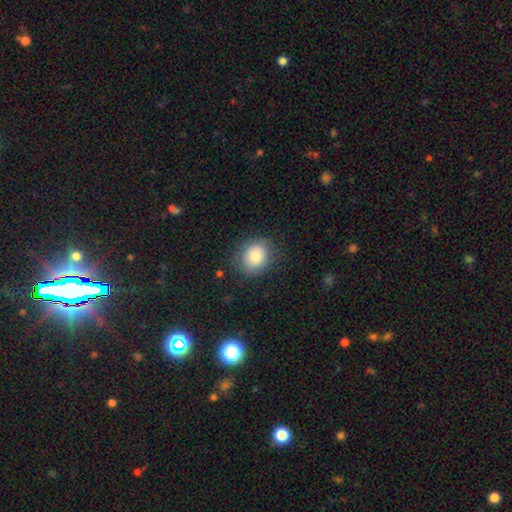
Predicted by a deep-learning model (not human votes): Q: Smooth or featured?
A: smooth (82%); runner-up: featured or disk (10%)
Q: How rounded?
A: round (64%); runner-up: in between (35%)
Q: Merging?
A: none (80%); runner-up: minor disturbance (14%)